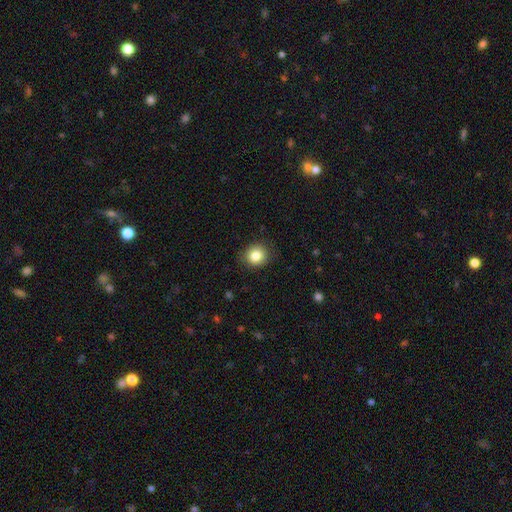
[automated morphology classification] Smooth or featured? Predicted: smooth (p=0.84). How rounded? Predicted: round (p=0.83). Merging? Predicted: none (p=0.88).